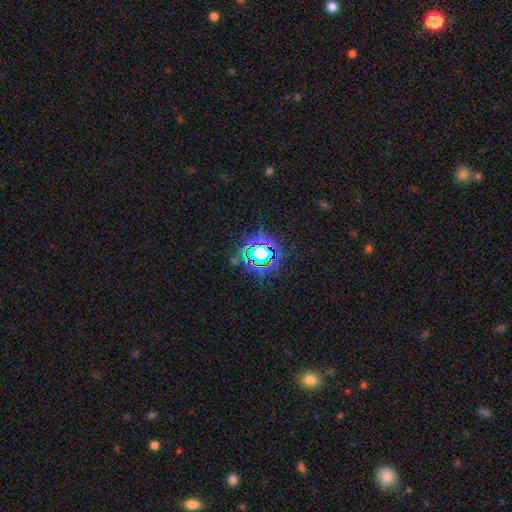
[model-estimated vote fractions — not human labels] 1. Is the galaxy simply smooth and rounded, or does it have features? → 80% star or artifact, 13% smooth, 7% featured or disk.